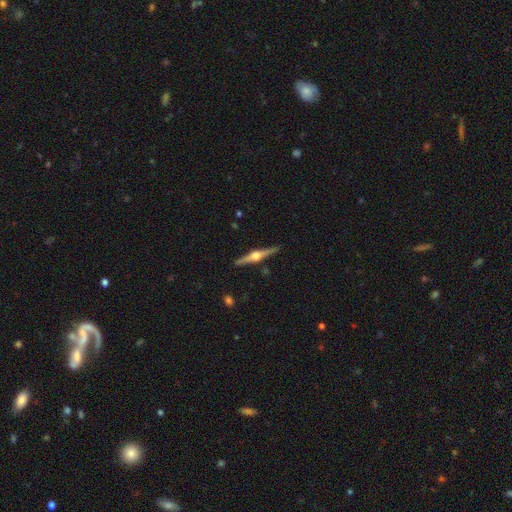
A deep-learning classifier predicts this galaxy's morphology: Smooth or featured: featured or disk — 83% (smooth — 12%)
Edge-on disk: yes — 98% (no — 2%)
Edge-on bulge: rounded — 96% (boxy — 3%)
Merging: none — 91% (minor disturbance — 6%)